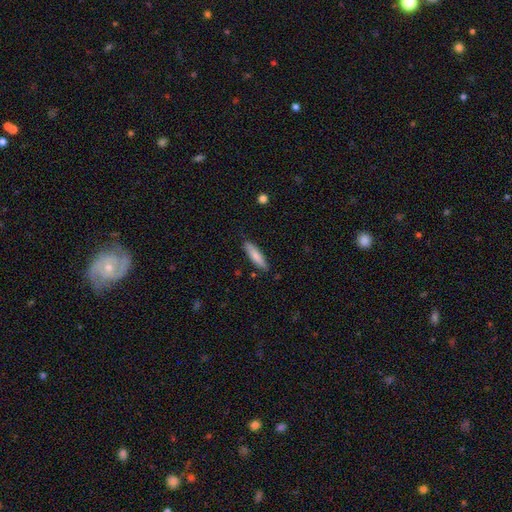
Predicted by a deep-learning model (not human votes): Smooth or featured: smooth — 80% (featured or disk — 14%)
How rounded: cigar-shaped — 73% (in between — 25%)
Merging: none — 85% (minor disturbance — 11%)